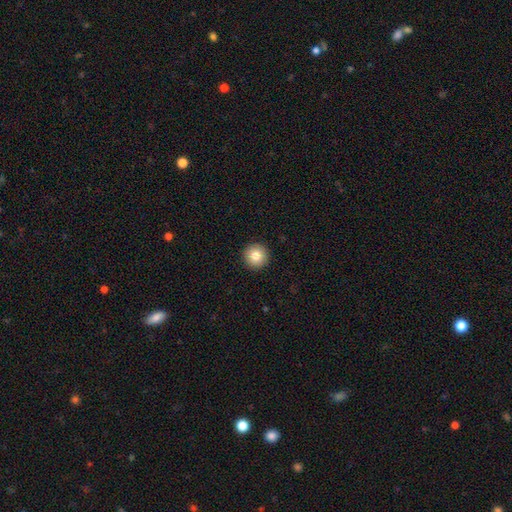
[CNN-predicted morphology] Smooth or featured? smooth (82%)
How rounded? round (97%)
Merging? none (94%)